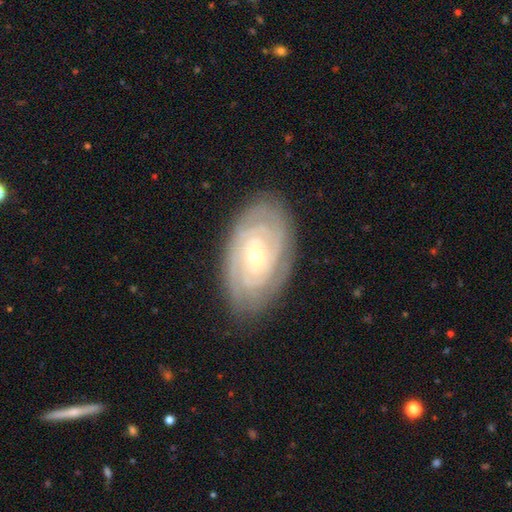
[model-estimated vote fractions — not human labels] Smooth or featured? featured or disk (85%)
Edge-on disk? no (95%)
Bar? no (65%)
Spiral arms? yes (95%)
Spiral winding? tight (84%)
Spiral arm count? can't tell (34%)
Bulge size? small (67%)
Merging? none (83%)